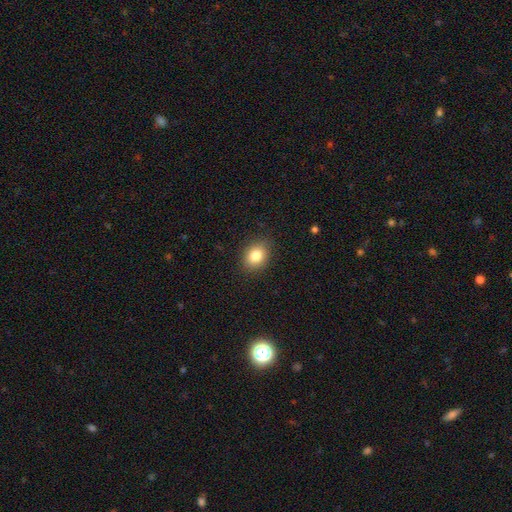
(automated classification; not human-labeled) The model was most divided on "how rounded": in between: 56%, round: 43%, cigar-shaped: 1%. More confident: merging — none (87%); smooth or featured — smooth (83%).